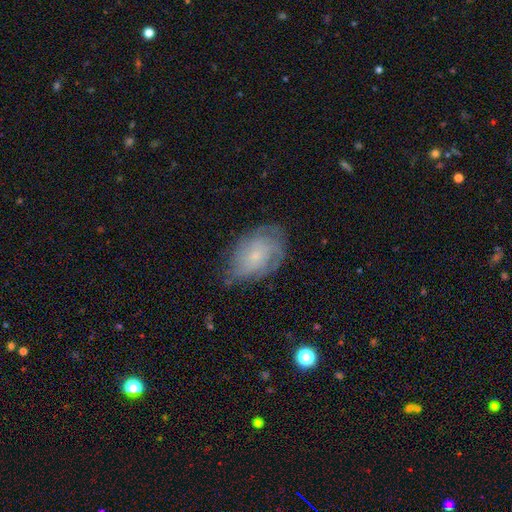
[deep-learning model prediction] Smooth or featured: featured or disk — 64% (smooth — 28%)
Edge-on disk: no — 96% (yes — 4%)
Bar: no — 79% (weak — 19%)
Spiral arms: yes — 85% (no — 15%)
Spiral winding: tight — 56% (medium — 32%)
Spiral arm count: can't tell — 51% (3 — 14%)
Bulge size: small — 78% (moderate — 15%)
Merging: none — 65% (minor disturbance — 25%)